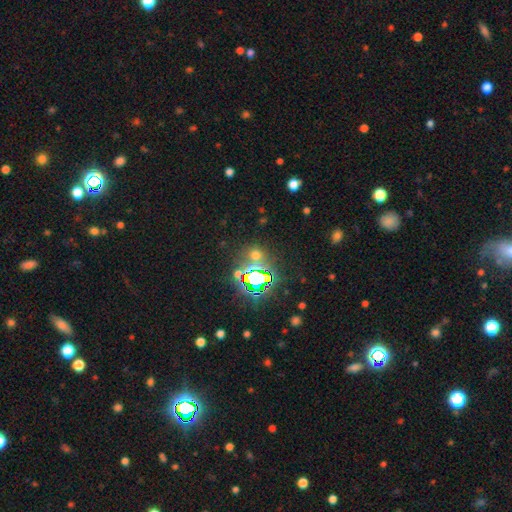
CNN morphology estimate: Smooth or featured?
  - star or artifact: 53% *
  - smooth: 40%
  - featured or disk: 8%